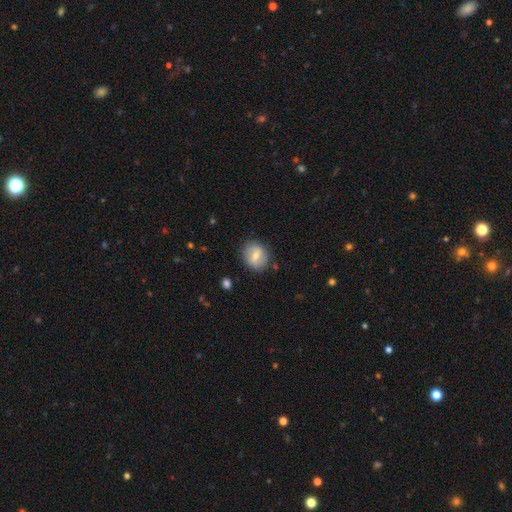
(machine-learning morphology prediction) Q: Smooth or featured?
A: smooth (62%); runner-up: featured or disk (30%)
Q: How rounded?
A: round (63%); runner-up: in between (36%)
Q: Merging?
A: none (83%); runner-up: minor disturbance (12%)